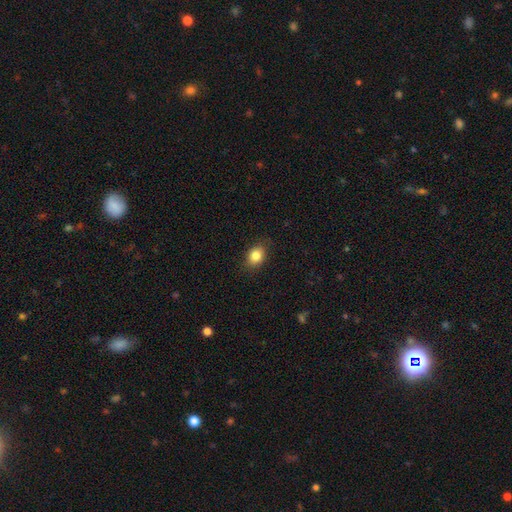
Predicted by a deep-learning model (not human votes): smooth 85%, star or artifact 9%, featured or disk 6%. Down the decision tree: how rounded — in between (64%); merging — none (85%).